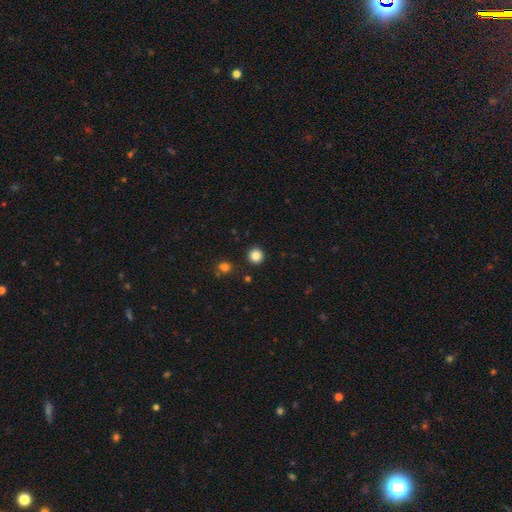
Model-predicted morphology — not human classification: A smooth galaxy with no disk features (85%) that is round (95%).

Vote fractions:
- Smooth or featured? smooth: 85% / star or artifact: 11% / featured or disk: 4%
- How rounded? round: 95% / in between: 4% / cigar-shaped: 1%
- Merging? none: 92% / minor disturbance: 5% / merger: 2% / major disturbance: 2%